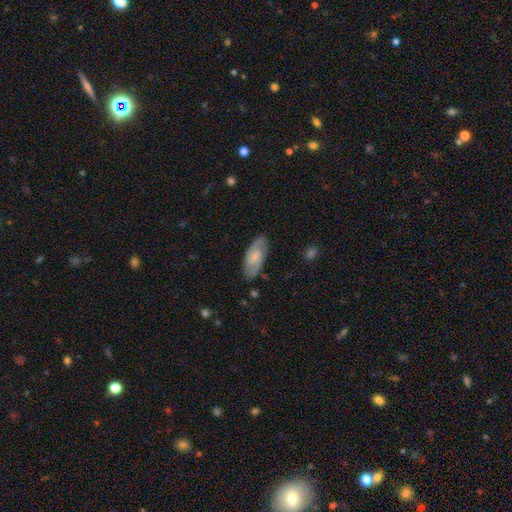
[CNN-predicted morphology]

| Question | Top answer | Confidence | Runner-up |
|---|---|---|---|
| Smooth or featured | featured or disk | 58% | smooth (36%) |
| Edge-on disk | no | 92% | yes (8%) |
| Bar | no | 57% | weak (36%) |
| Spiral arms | yes | 88% | no (12%) |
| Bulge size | small | 64% | moderate (25%) |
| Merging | none | 80% | minor disturbance (16%) |